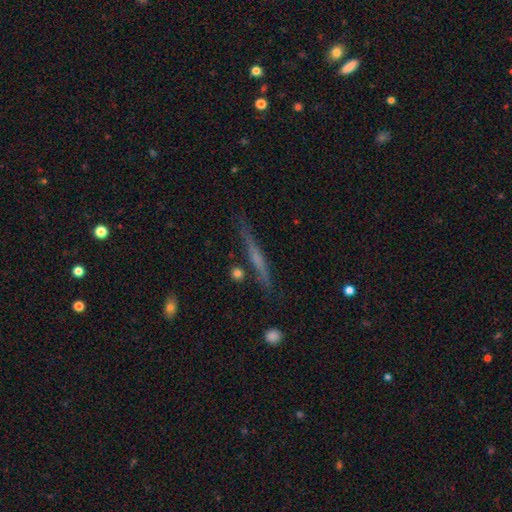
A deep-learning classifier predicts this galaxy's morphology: Q: Smooth or featured?
A: featured or disk (59%); runner-up: smooth (32%)
Q: Edge-on disk?
A: yes (96%); runner-up: no (4%)
Q: Edge-on bulge?
A: none (53%); runner-up: rounded (36%)
Q: Merging?
A: none (85%); runner-up: minor disturbance (10%)